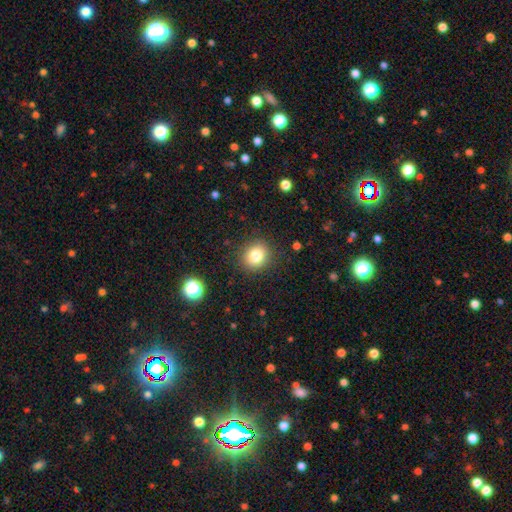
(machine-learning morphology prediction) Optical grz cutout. It shows a smooth galaxy with no disk features (80%) that is round (81%). Merging: none (89%).